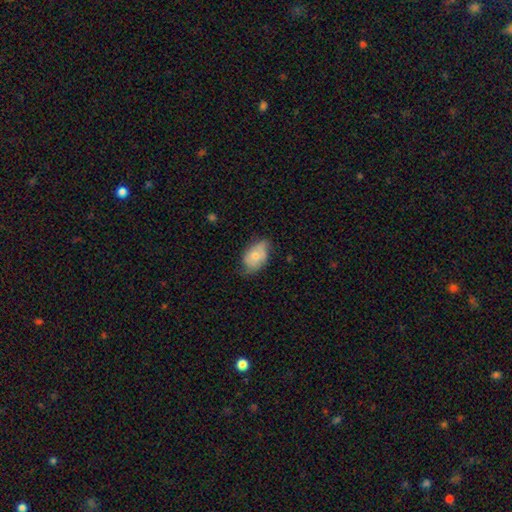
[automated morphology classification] smooth 68%, featured or disk 26%, star or artifact 6%. Down the decision tree: how rounded — in between (89%); merging — none (55%).